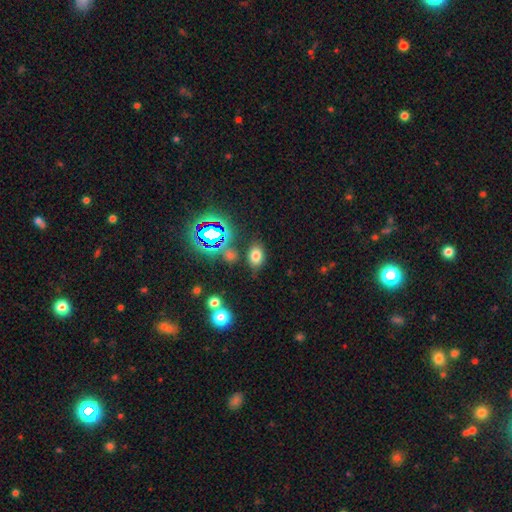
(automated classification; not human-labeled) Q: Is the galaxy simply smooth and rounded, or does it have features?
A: smooth — 70%.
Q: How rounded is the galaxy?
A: in between — 80%.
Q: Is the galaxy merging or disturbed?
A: none — 80%.